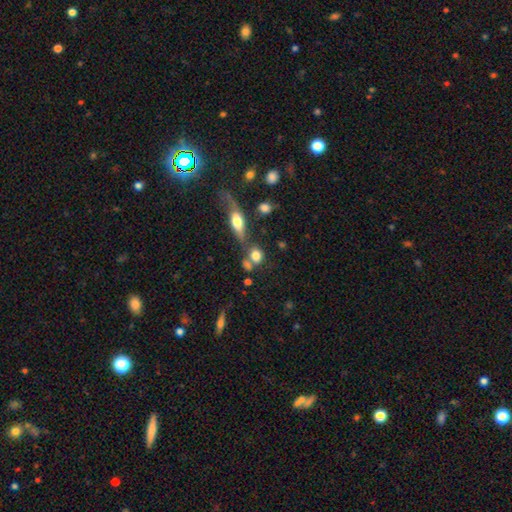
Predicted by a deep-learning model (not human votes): The model was most divided on "merging": none: 50%, merger: 30%, minor disturbance: 13%, major disturbance: 7%. More confident: smooth or featured — smooth (77%); how rounded — round (69%).